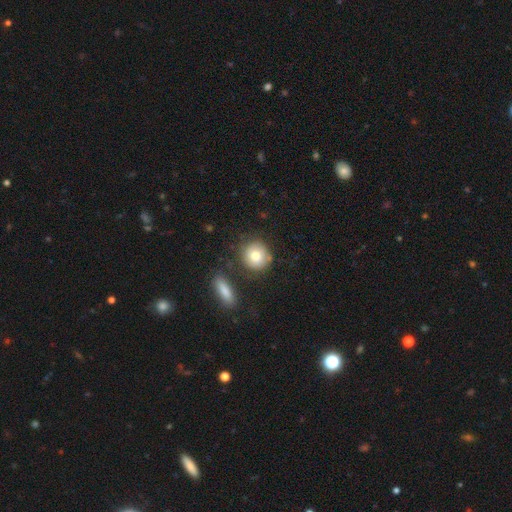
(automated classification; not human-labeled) Morphology: type=smooth (77%); roundness=round (87%); merging=none (75%).